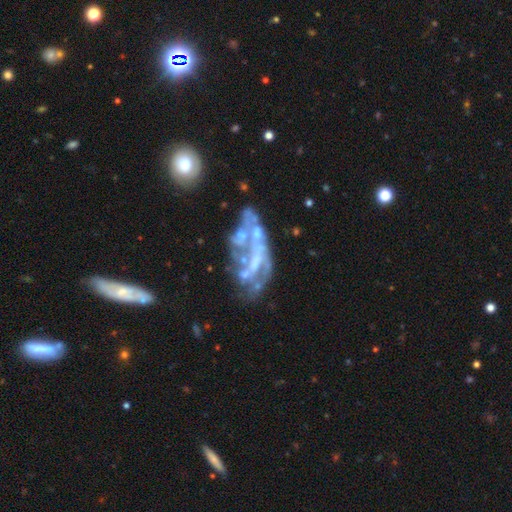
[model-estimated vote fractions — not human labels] Smooth or featured? featured or disk (74%)
Edge-on disk? no (94%)
Bar? no (64%)
Spiral arms? no (70%)
Bulge size? none (57%)
Merging? none (32%)